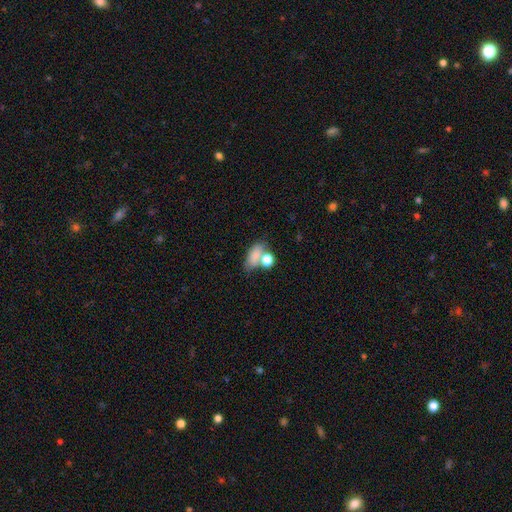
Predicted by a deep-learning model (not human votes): smooth-or-featured: smooth: 78% | featured or disk: 11% | star or artifact: 11%
  how-rounded: in between: 78% | round: 16% | cigar-shaped: 5%
  merging: none: 41% | merger: 35% | minor disturbance: 15% | major disturbance: 9%